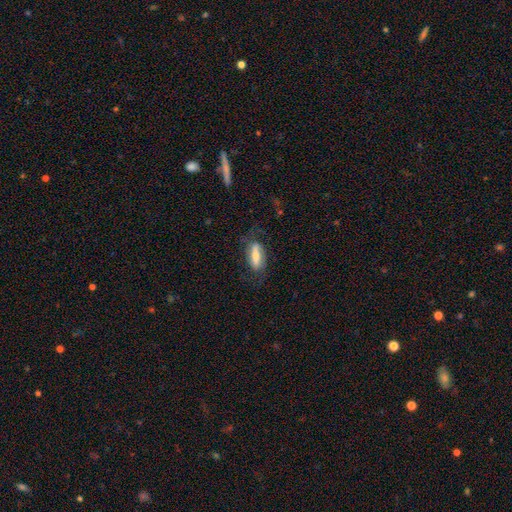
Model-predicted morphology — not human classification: smooth-or-featured: smooth: 53% | featured or disk: 40% | star or artifact: 7%
  how-rounded: in between: 66% | cigar-shaped: 31% | round: 3%
  merging: none: 66% | minor disturbance: 20% | major disturbance: 13% | merger: 1%